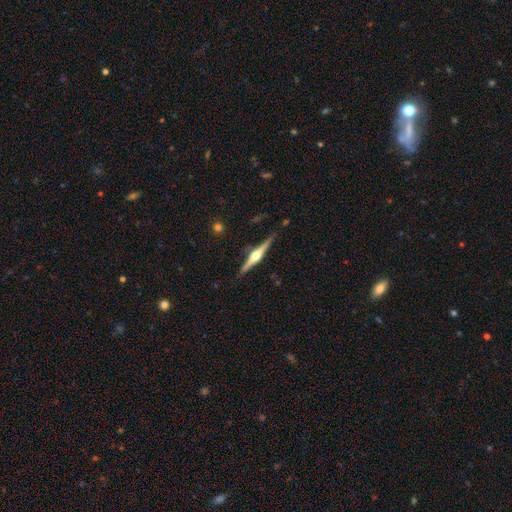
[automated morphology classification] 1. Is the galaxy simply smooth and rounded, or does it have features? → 79% featured or disk, 15% smooth, 5% star or artifact.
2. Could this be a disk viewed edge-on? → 98% yes, 2% no.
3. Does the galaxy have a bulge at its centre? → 95% rounded, 3% boxy, 2% none.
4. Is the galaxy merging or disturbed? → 83% none, 12% minor disturbance, 3% major disturbance, 2% merger.